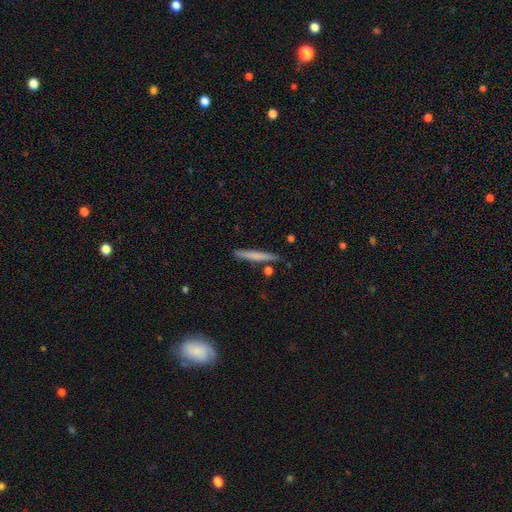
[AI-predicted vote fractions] Smooth or featured: smooth — 67% (featured or disk — 26%)
How rounded: cigar-shaped — 96% (in between — 3%)
Merging: none — 84% (minor disturbance — 10%)